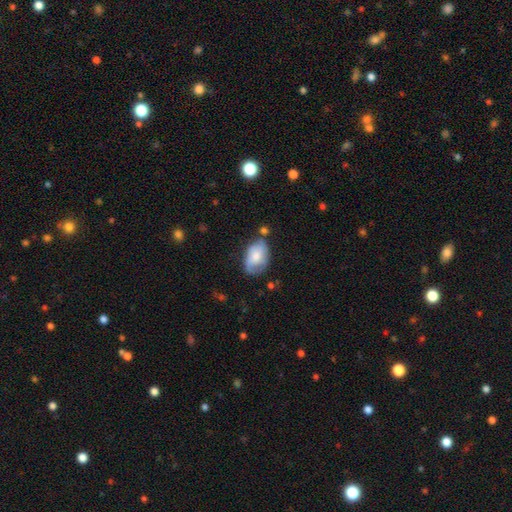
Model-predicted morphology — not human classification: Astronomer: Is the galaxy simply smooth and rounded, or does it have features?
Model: smooth — 61%.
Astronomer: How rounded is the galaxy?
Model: in between — 88%.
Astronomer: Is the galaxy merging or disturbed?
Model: none — 49% (runner-up: minor disturbance, 33%).